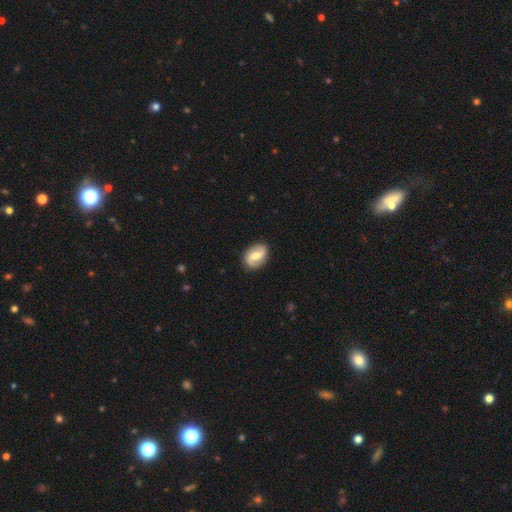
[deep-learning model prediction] smooth_or_featured: featured or disk (p=0.70) [alt: smooth p=0.24]
disk_edge_on: no (p=0.97) [alt: yes p=0.03]
bar: weak (p=0.45) [alt: strong p=0.31]
has_spiral_arms: yes (p=0.89) [alt: no p=0.11]
spiral_winding: loose (p=0.45) [alt: medium p=0.37]
spiral_arm_count: 2 (p=0.91) [alt: can't tell p=0.04]
bulge_size: moderate (p=0.61) [alt: small p=0.23]
merging: none (p=0.86) [alt: minor disturbance p=0.10]